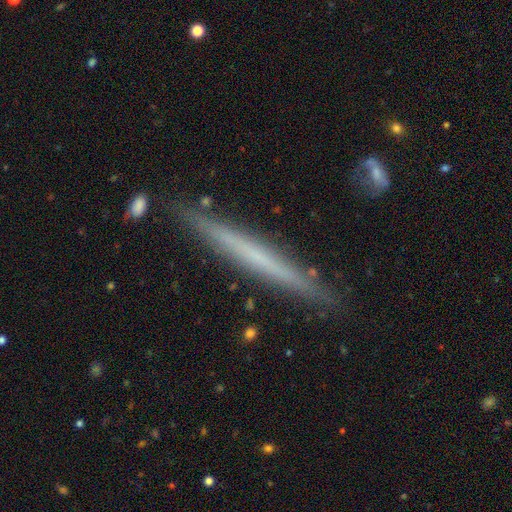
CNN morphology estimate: Q: Smooth or featured?
A: featured or disk (54%); runner-up: smooth (40%)
Q: Edge-on disk?
A: yes (96%); runner-up: no (4%)
Q: Edge-on bulge?
A: none (90%); runner-up: rounded (6%)
Q: Merging?
A: none (88%); runner-up: minor disturbance (9%)